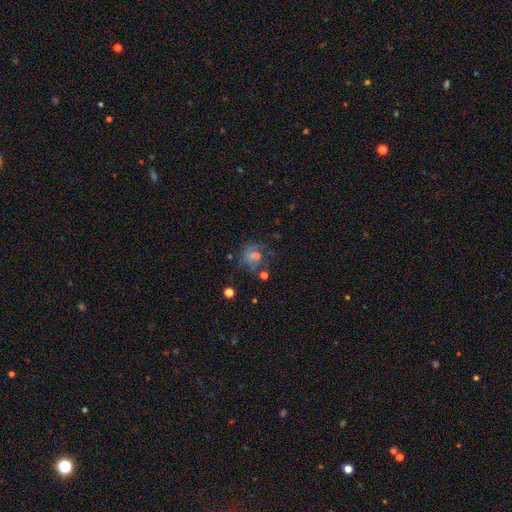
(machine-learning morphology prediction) Smooth or featured? smooth (52%)
How rounded? round (70%)
Merging? none (50%)